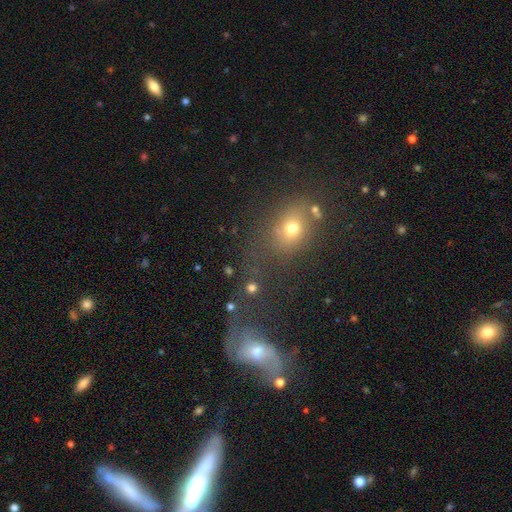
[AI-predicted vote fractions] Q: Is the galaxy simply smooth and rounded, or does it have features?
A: smooth — 56%.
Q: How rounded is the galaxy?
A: round — 53%.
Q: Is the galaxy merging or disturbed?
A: none — 49%.